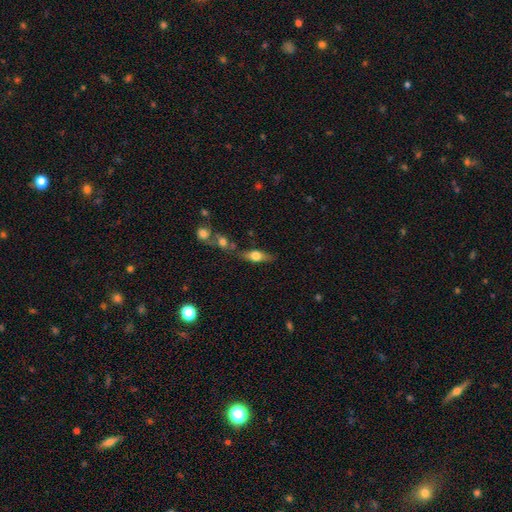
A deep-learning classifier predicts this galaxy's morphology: Overall: smooth (51%; featured or disk 41%). How rounded: in between (58%; cigar-shaped 34%). Merging: none (65%).